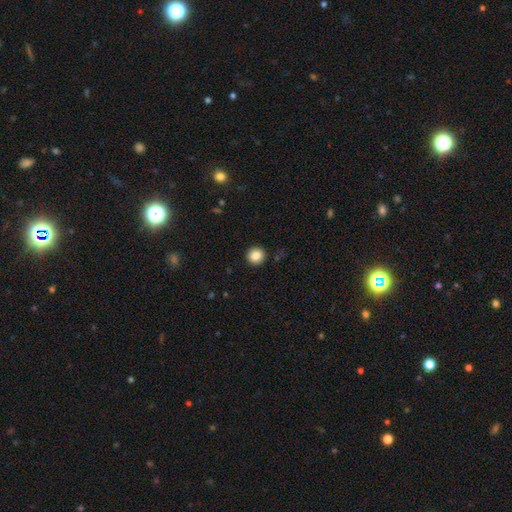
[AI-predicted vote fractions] smooth 85%, star or artifact 10%, featured or disk 6%. Down the decision tree: how rounded — round (94%); merging — none (92%).